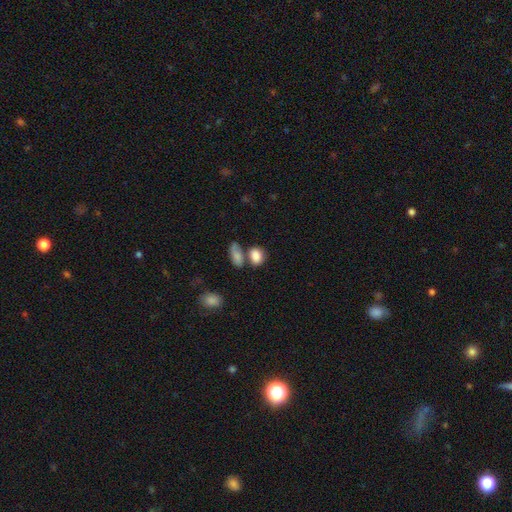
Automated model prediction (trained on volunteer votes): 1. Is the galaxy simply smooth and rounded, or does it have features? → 84% smooth, 8% star or artifact, 7% featured or disk.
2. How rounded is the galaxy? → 68% in between, 30% round, 2% cigar-shaped.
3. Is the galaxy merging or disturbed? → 49% none, 30% merger, 15% minor disturbance, 6% major disturbance.